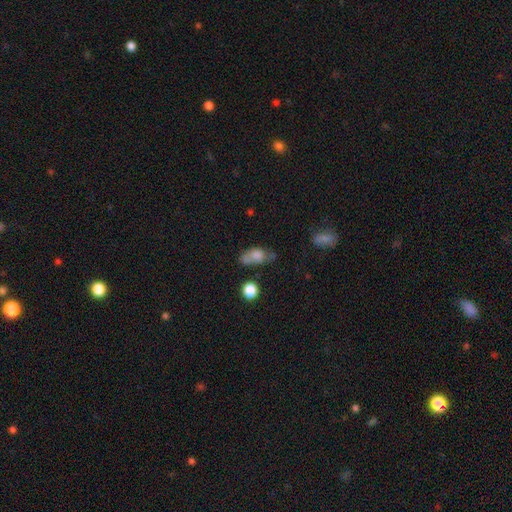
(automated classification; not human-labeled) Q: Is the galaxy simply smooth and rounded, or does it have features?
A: smooth — 70%.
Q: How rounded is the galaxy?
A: in between — 77%.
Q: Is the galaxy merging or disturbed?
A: none — 34%.